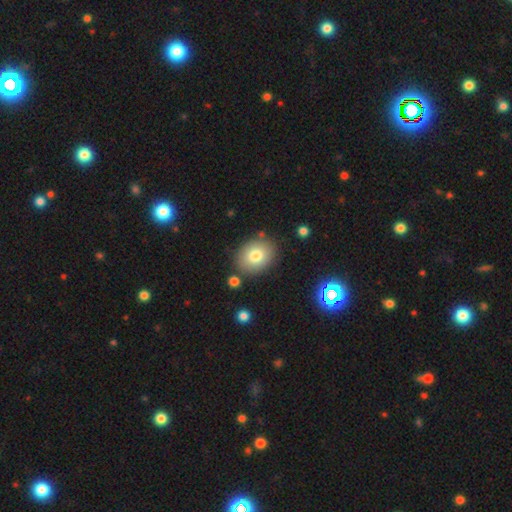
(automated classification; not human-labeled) Smooth or featured? Predicted: smooth (p=0.78). How rounded? Predicted: in between (p=0.54). Merging? Predicted: none (p=0.82).